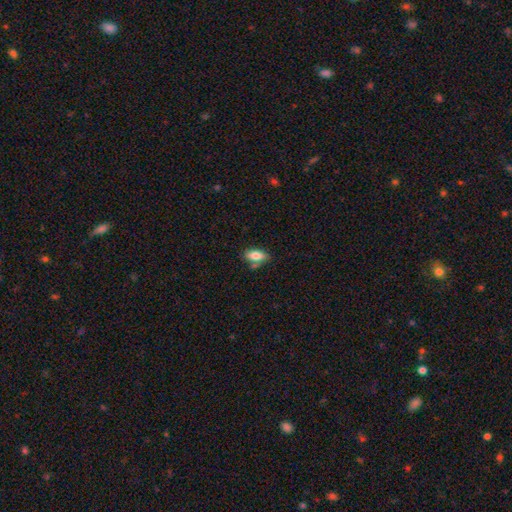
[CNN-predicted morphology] Overall: smooth (78%). How rounded: in between (85%). Merging: none (63%).